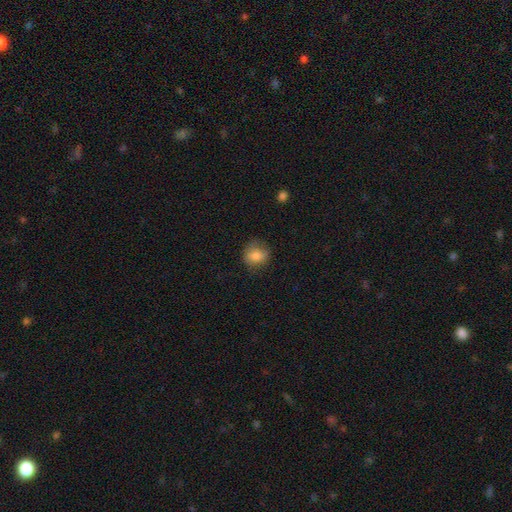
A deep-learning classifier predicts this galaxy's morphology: This appears to be a smooth galaxy with no disk features (82%) that is round (72%). Merging: none (72%).